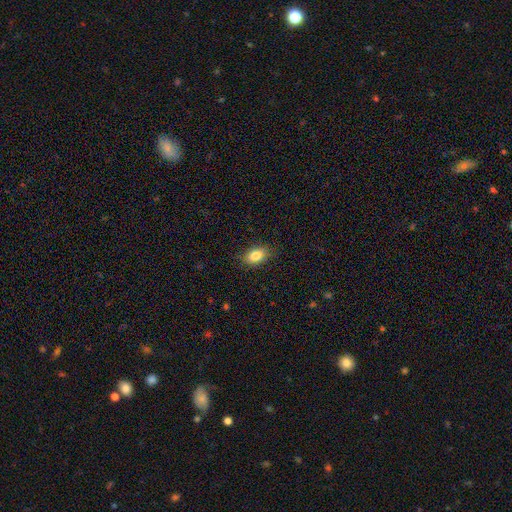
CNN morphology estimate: A smooth galaxy with no disk features (85%) that is in between round and cigar-shaped (85%).

Vote fractions:
- Smooth or featured? smooth: 85% / star or artifact: 8% / featured or disk: 7%
- How rounded? in between: 85% / round: 13% / cigar-shaped: 2%
- Merging? none: 85% / minor disturbance: 11% / major disturbance: 3% / merger: 1%